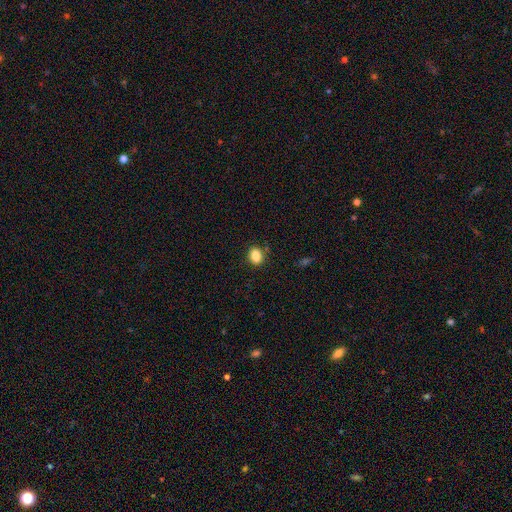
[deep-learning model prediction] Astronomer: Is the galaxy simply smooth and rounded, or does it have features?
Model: smooth — 86%.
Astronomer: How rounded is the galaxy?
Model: in between — 68%.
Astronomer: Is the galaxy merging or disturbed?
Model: none — 84%.